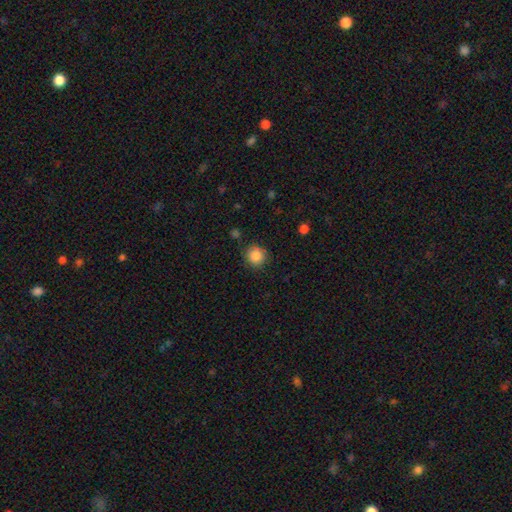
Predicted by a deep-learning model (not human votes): Smooth or featured? smooth (87%)
How rounded? round (91%)
Merging? none (87%)